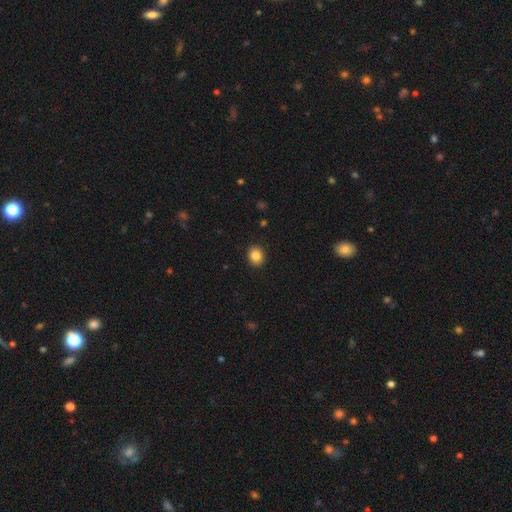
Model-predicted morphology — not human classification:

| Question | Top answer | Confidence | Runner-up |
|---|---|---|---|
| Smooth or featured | smooth | 86% | star or artifact (10%) |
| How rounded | round | 64% | in between (35%) |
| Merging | none | 92% | minor disturbance (6%) |